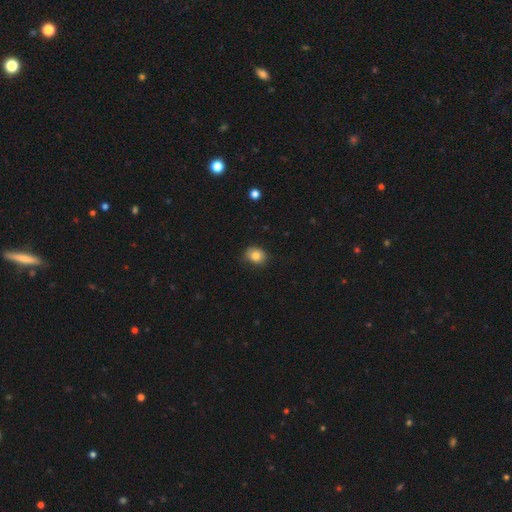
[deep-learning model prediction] Overall: smooth (82%). How rounded: round (55%; in between 44%). Merging: none (81%).